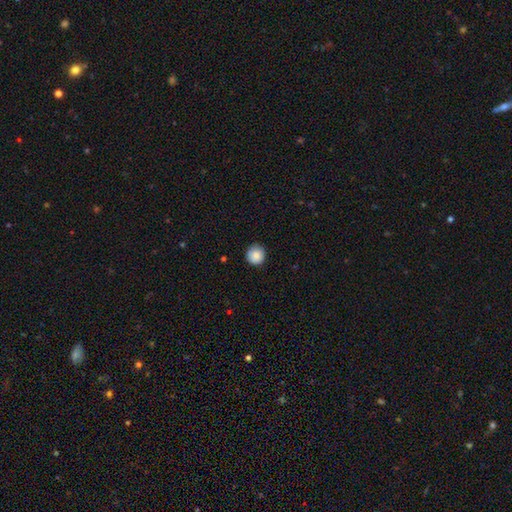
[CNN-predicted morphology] This appears to be a smooth galaxy with no disk features (87%) that is round (94%). Merging: none (85%).